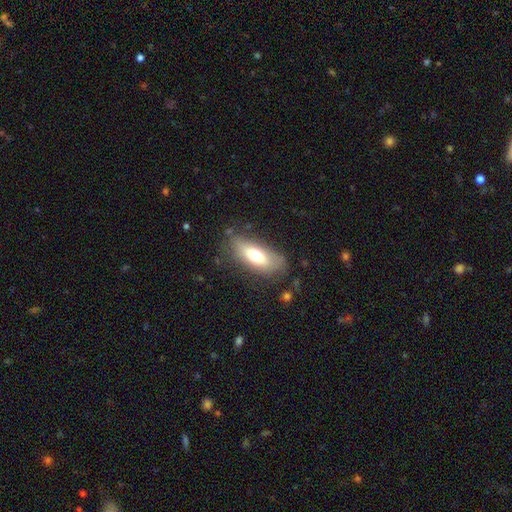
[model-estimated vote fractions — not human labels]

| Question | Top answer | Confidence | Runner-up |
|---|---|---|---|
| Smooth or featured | smooth | 66% | featured or disk (27%) |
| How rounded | in between | 71% | cigar-shaped (26%) |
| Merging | none | 73% | minor disturbance (18%) |